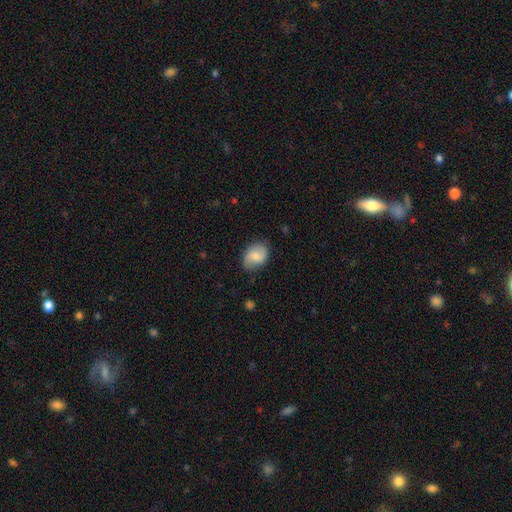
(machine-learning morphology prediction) Overall: smooth (64%; featured or disk 29%). How rounded: in between (66%; round 33%). Merging: none (73%).